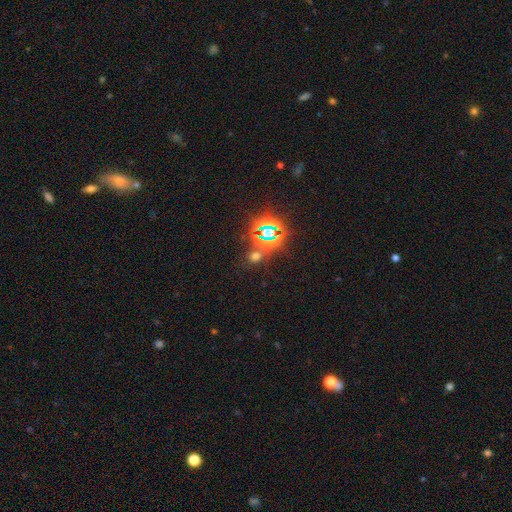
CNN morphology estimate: smooth_or_featured: star or artifact (p=0.53) [alt: smooth p=0.40]